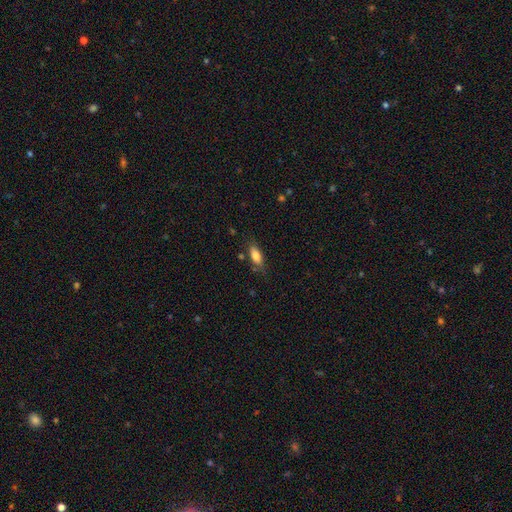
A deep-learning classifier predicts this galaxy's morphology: type=smooth (79%); roundness=in between (78%); merging=none (76%).